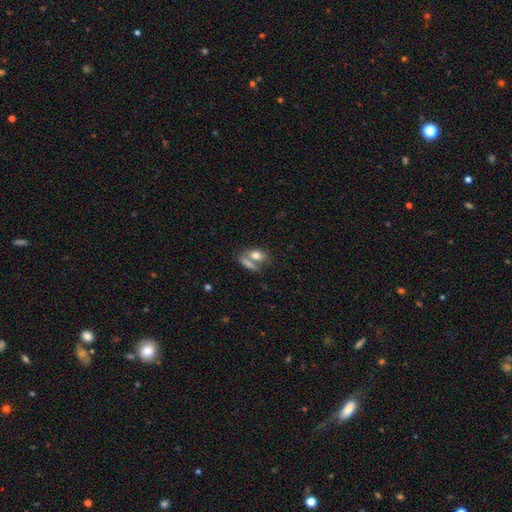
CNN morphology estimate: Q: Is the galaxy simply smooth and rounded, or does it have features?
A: smooth — 74%.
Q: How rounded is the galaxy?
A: in between — 78%.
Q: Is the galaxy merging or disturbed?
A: merger — 46%.